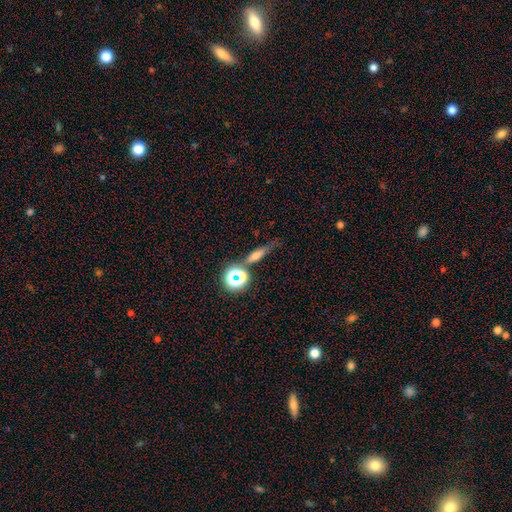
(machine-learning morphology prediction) smooth-or-featured: smooth: 55% | star or artifact: 22% | featured or disk: 22%
  how-rounded: cigar-shaped: 52% | in between: 30% | round: 19%
  merging: none: 62% | minor disturbance: 17% | merger: 13% | major disturbance: 8%